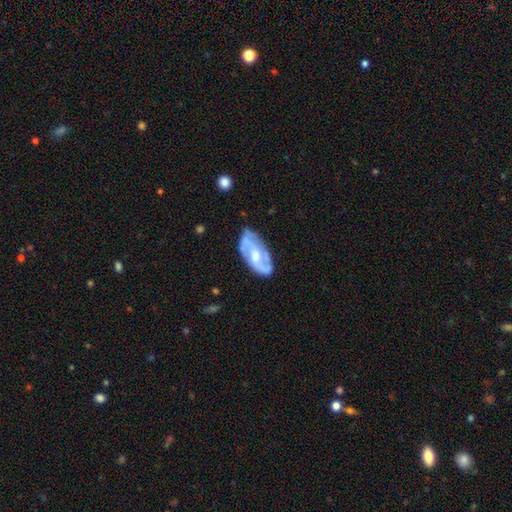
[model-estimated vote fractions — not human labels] This appears to be a featured or disk galaxy (76%) with no bar (53%), 2 (62%) medium (45%) spiral arms (85%) and a moderate central bulge (68%). Merging: none (68%).